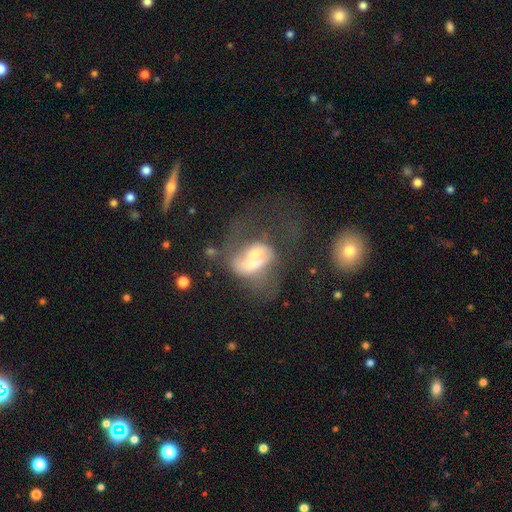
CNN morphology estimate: A featured or disk galaxy (53%) with no bar (74%), no spiral arms (70%) and a moderate central bulge (49%). Merging: merger (49%).